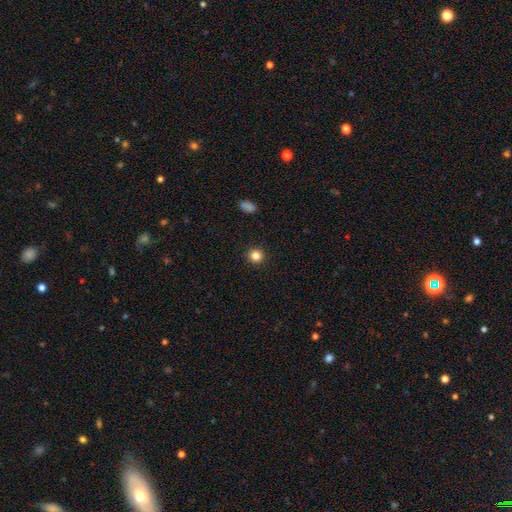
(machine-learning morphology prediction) The model was most divided on "smooth or featured": smooth: 83%, star or artifact: 12%, featured or disk: 5%. More confident: merging — none (92%); how rounded — round (92%).